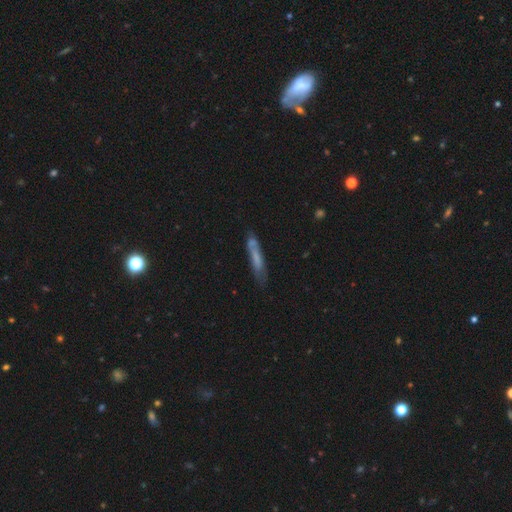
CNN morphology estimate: smooth_or_featured: smooth (p=0.55) [alt: featured or disk p=0.35]
how_rounded: cigar-shaped (p=0.89) [alt: in between p=0.09]
merging: none (p=0.62) [alt: minor disturbance p=0.22]